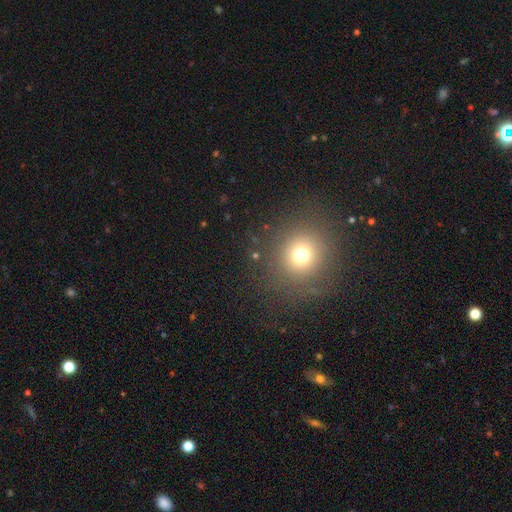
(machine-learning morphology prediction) The model was most divided on "smooth or featured": smooth: 69%, star or artifact: 22%, featured or disk: 8%. More confident: how rounded — round (90%); merging — none (85%).